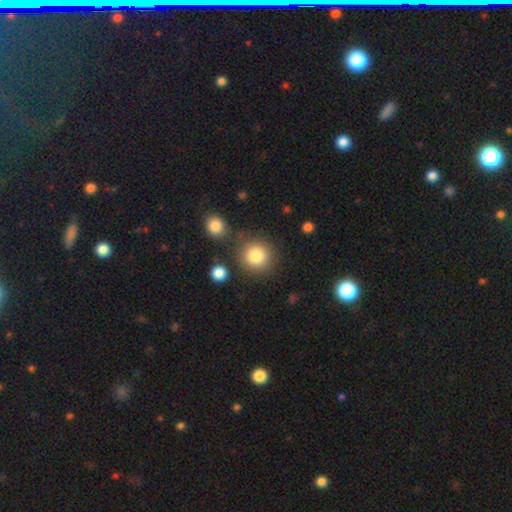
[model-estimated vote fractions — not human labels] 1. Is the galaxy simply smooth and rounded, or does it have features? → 84% smooth, 10% star or artifact, 6% featured or disk.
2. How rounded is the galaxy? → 92% round, 7% in between, 1% cigar-shaped.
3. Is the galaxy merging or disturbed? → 78% none, 9% merger, 9% minor disturbance, 4% major disturbance.